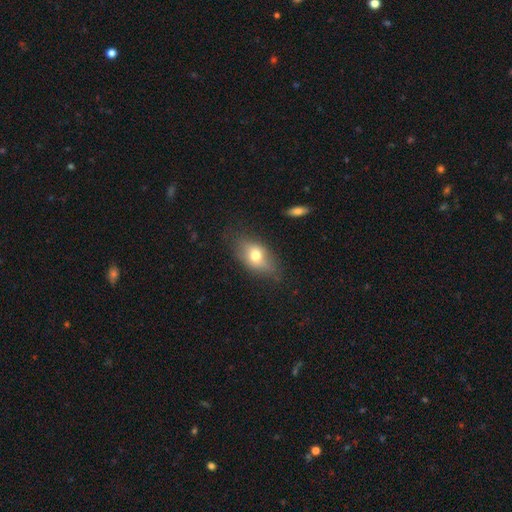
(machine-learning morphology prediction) smooth 68%, featured or disk 22%, star or artifact 9%. Down the decision tree: how rounded — in between (81%); merging — none (72%).